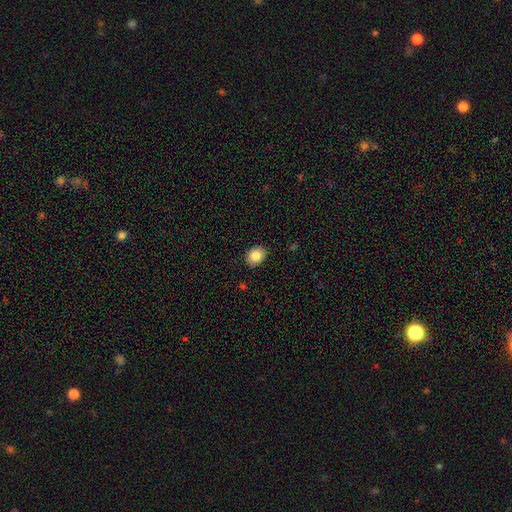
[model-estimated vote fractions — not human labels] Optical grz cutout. It shows a smooth galaxy with no disk features (85%) that is in between round and cigar-shaped (56%). Merging: none (88%).